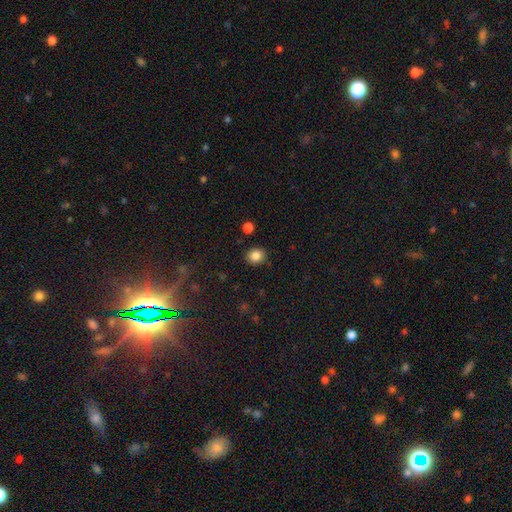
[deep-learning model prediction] Smooth or featured: smooth — 85% (star or artifact — 11%)
How rounded: round — 74% (in between — 25%)
Merging: none — 86% (minor disturbance — 9%)